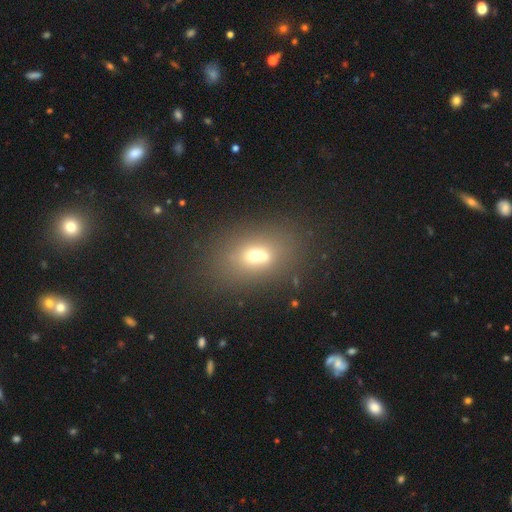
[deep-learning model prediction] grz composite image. It shows a smooth galaxy with no disk features (58%) that is in between round and cigar-shaped (64%). Merging: none (49%).